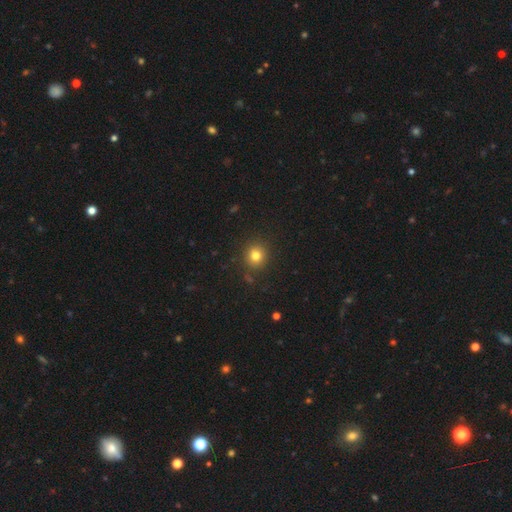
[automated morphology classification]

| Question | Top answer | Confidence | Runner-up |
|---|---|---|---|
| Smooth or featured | smooth | 79% | star or artifact (14%) |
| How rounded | round | 88% | in between (11%) |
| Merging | none | 88% | minor disturbance (8%) |